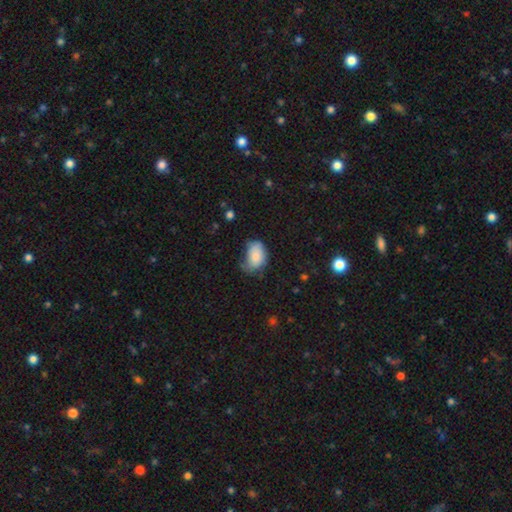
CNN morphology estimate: This is clearly a smooth galaxy (80%). How rounded: clearly in between (84%). Merging: marginally none (41%).